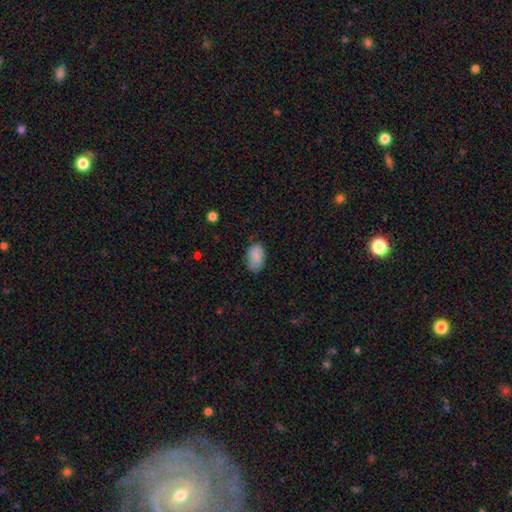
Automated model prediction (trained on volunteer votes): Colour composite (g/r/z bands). It shows a smooth galaxy with no disk features (85%) that is in between round and cigar-shaped (91%). Merging: none (71%).